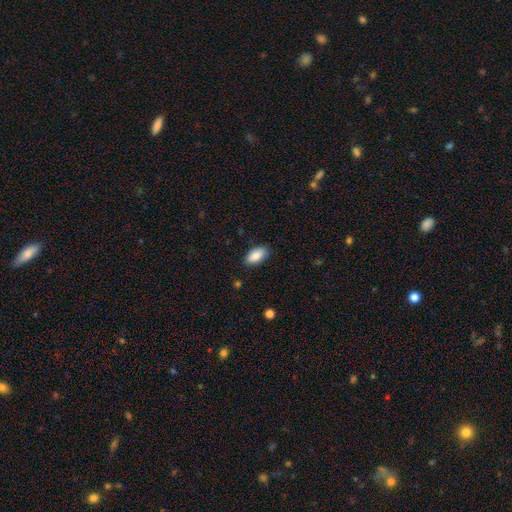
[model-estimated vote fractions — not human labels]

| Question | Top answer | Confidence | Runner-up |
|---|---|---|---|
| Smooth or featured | smooth | 87% | featured or disk (7%) |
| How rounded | in between | 93% | cigar-shaped (5%) |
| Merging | none | 86% | minor disturbance (11%) |